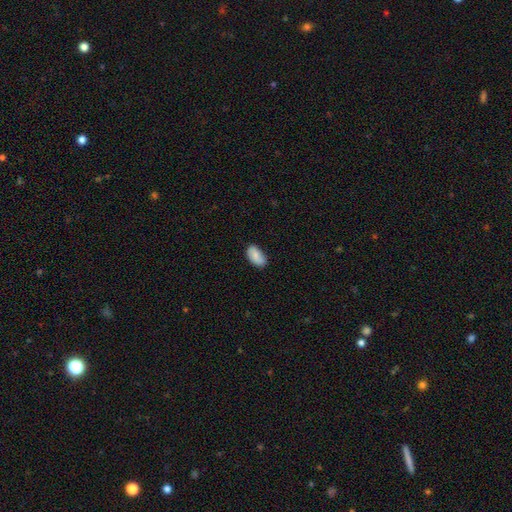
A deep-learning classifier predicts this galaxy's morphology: A smooth galaxy with no disk features (82%) that is in between round and cigar-shaped (94%).

Vote fractions:
- Smooth or featured? smooth: 82% / featured or disk: 12% / star or artifact: 7%
- How rounded? in between: 94% / round: 4% / cigar-shaped: 2%
- Merging? none: 76% / minor disturbance: 19% / major disturbance: 3% / merger: 1%